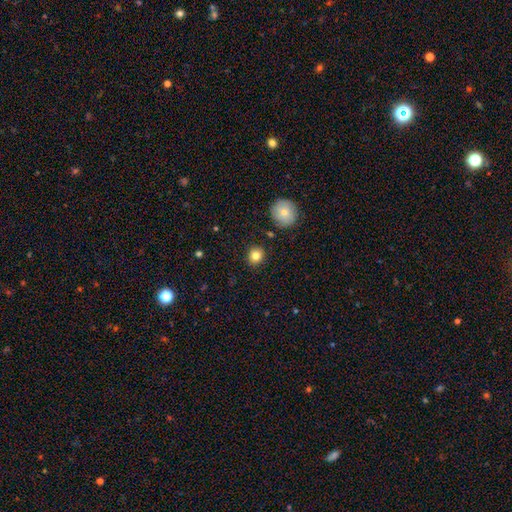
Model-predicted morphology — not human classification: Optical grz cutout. It shows a smooth galaxy with no disk features (82%) that is round (86%). Merging: none (89%).